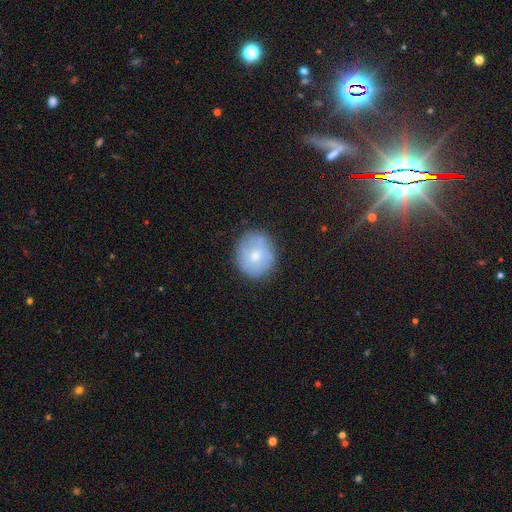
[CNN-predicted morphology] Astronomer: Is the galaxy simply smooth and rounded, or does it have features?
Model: smooth — 60%.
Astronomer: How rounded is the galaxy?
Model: round — 76%.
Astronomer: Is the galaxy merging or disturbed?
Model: none — 75%.